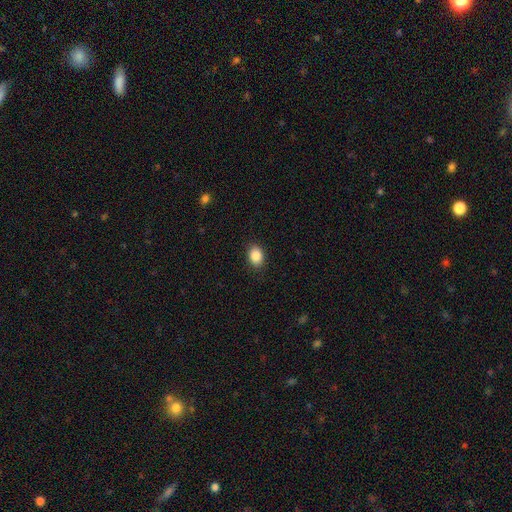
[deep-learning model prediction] Smooth or featured: smooth — 88% (star or artifact — 8%)
How rounded: in between — 69% (round — 30%)
Merging: none — 87% (minor disturbance — 9%)